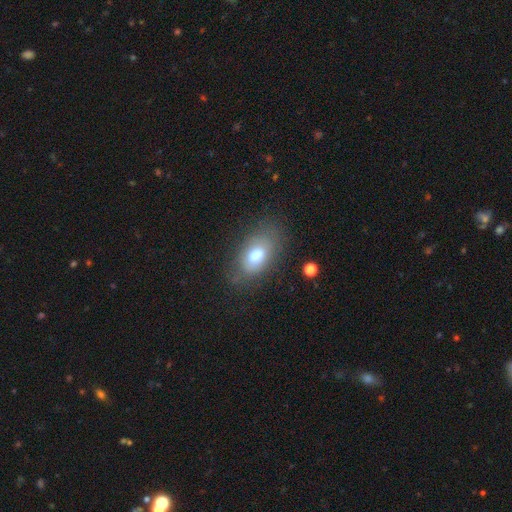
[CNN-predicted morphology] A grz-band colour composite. It shows a smooth galaxy with no disk features (72%) that is in between round and cigar-shaped (91%). Merging: none (71%).